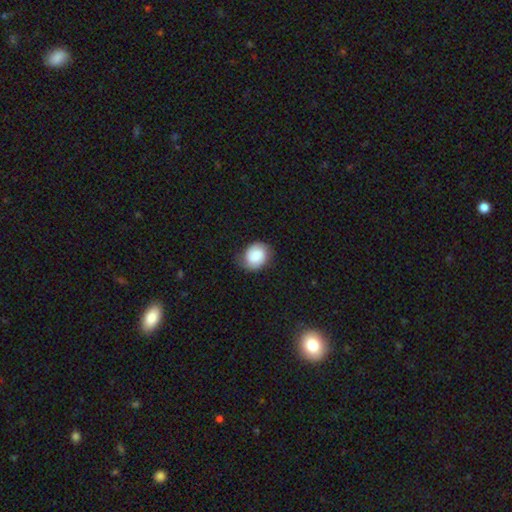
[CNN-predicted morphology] Smooth or featured: smooth — 68% (featured or disk — 23%)
How rounded: round — 52% (in between — 47%)
Merging: none — 72% (minor disturbance — 21%)